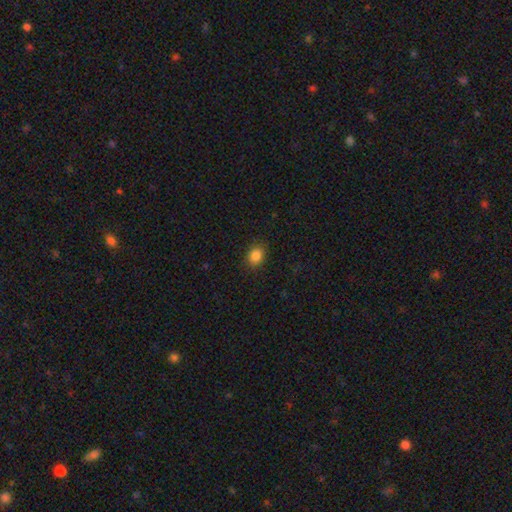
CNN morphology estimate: Smooth or featured? Predicted: smooth (p=0.86). How rounded? Predicted: in between (p=0.64). Merging? Predicted: none (p=0.88).